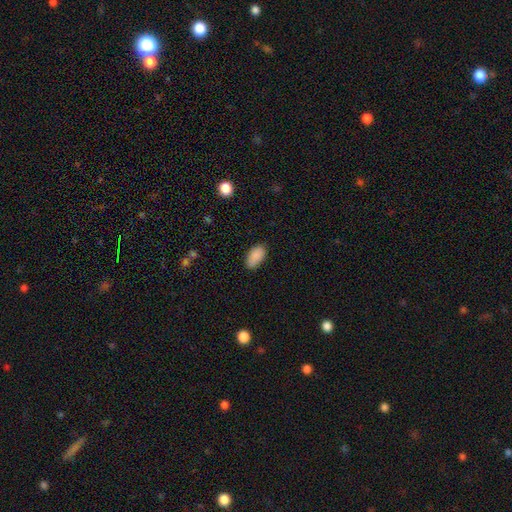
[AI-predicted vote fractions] This appears to be a smooth galaxy with no disk features (88%) that is in between round and cigar-shaped (93%). Merging: none (79%).